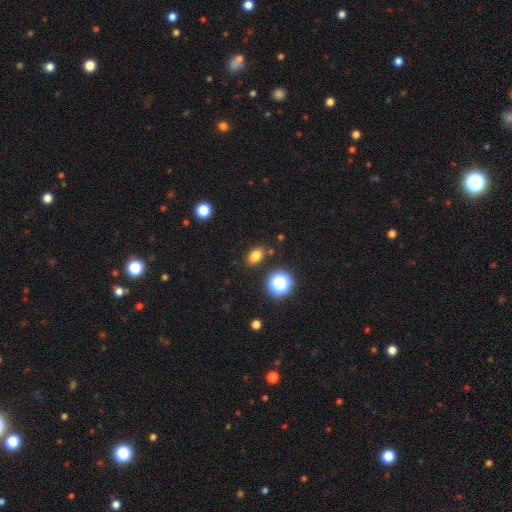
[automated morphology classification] The model was most divided on "how rounded": in between: 76%, round: 22%, cigar-shaped: 2%. More confident: merging — none (85%); smooth or featured — smooth (78%).